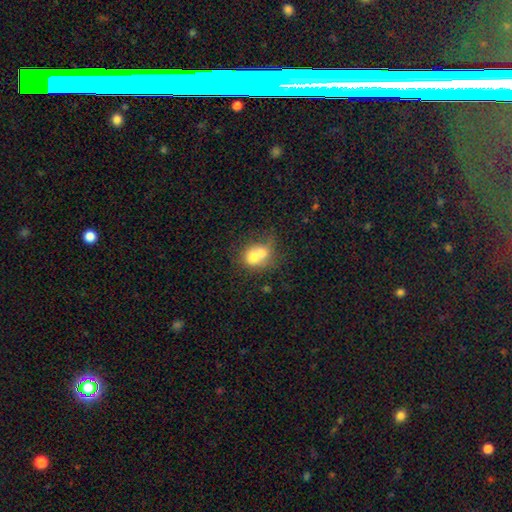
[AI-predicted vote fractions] This appears to be a smooth galaxy with no disk features (66%) that is round (56%). Merging: merger (65%).